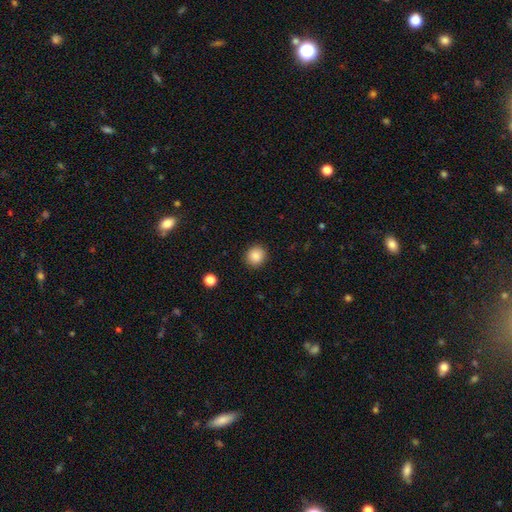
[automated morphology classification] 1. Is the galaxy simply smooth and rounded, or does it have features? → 87% smooth, 9% star or artifact, 4% featured or disk.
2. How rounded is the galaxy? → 88% round, 11% in between, 1% cigar-shaped.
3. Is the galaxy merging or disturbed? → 91% none, 6% minor disturbance, 2% major disturbance, 1% merger.